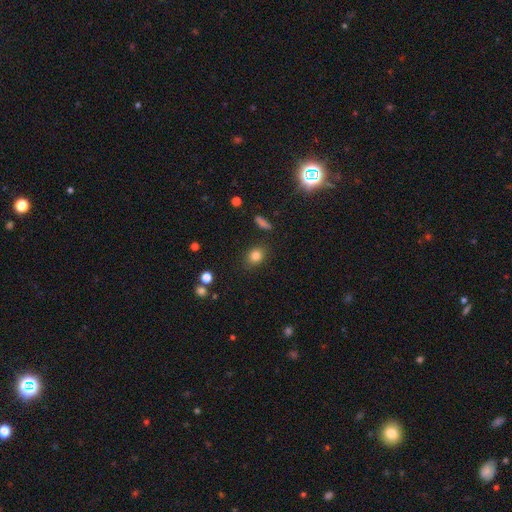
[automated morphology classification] smooth-or-featured: smooth: 81% | star or artifact: 12% | featured or disk: 8%
  how-rounded: round: 50% | in between: 48% | cigar-shaped: 2%
  merging: none: 86% | minor disturbance: 9% | major disturbance: 3% | merger: 2%